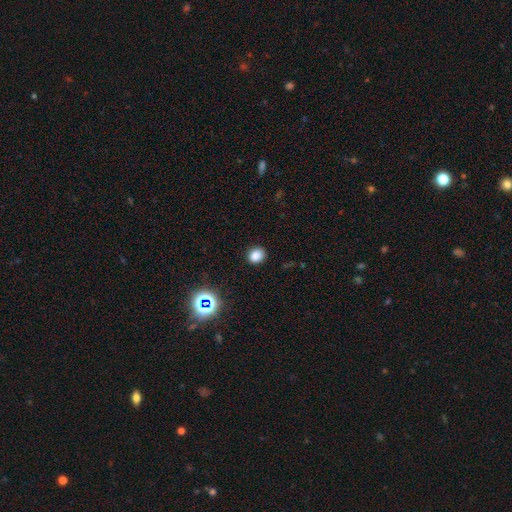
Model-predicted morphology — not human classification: A smooth galaxy with no disk features (82%) that is round (66%).

Vote fractions:
- Smooth or featured? smooth: 82% / star or artifact: 14% / featured or disk: 4%
- How rounded? round: 66% / in between: 33% / cigar-shaped: 1%
- Merging? none: 89% / minor disturbance: 8% / major disturbance: 2% / merger: 1%